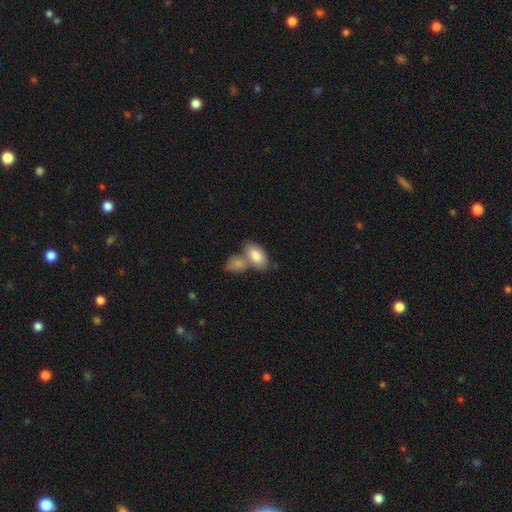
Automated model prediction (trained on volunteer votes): This appears to be a smooth galaxy with no disk features (82%) that is in between round and cigar-shaped (92%). Merging: merger (47%).